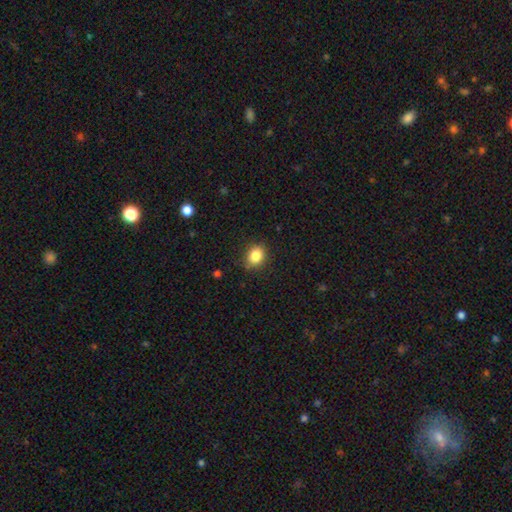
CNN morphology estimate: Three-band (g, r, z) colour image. It shows a smooth galaxy with no disk features (85%) that is round (56%). Merging: none (86%).